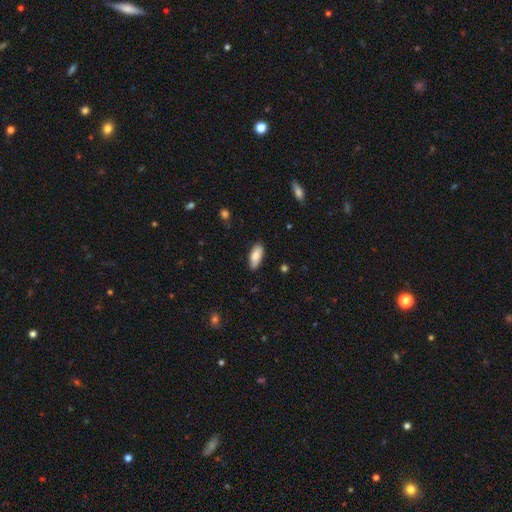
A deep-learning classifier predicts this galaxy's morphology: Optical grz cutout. It shows a smooth galaxy with no disk features (84%) that is in between round and cigar-shaped (81%). Merging: none (83%).